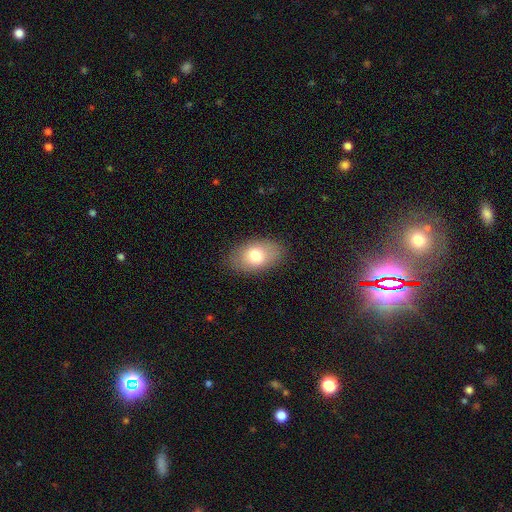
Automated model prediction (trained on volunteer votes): The model was most divided on "smooth or featured": smooth: 76%, featured or disk: 16%, star or artifact: 8%. More confident: how rounded — in between (89%); merging — none (85%).